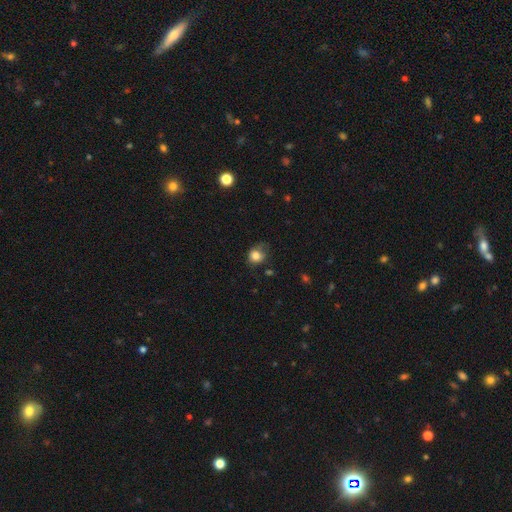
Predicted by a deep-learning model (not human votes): smooth_or_featured: smooth (p=0.81) [alt: star or artifact p=0.11]
how_rounded: round (p=0.71) [alt: in between p=0.28]
merging: none (p=0.54) [alt: minor disturbance p=0.32]